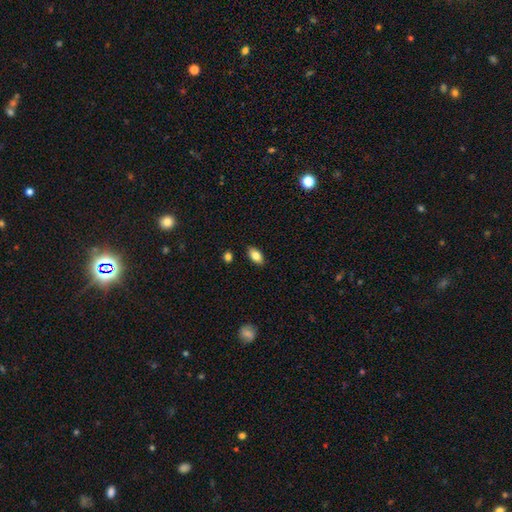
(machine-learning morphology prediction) This appears to be a smooth galaxy with no disk features (82%) that is in between round and cigar-shaped (92%). Merging: none (87%).